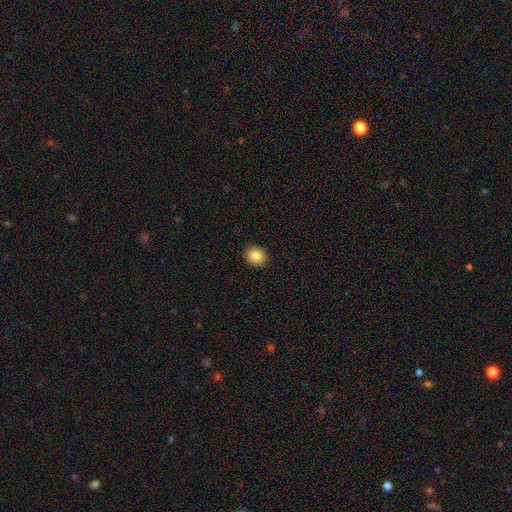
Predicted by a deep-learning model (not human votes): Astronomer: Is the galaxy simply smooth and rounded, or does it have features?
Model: smooth — 84%.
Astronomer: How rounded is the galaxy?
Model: round — 82%.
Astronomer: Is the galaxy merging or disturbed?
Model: none — 92%.